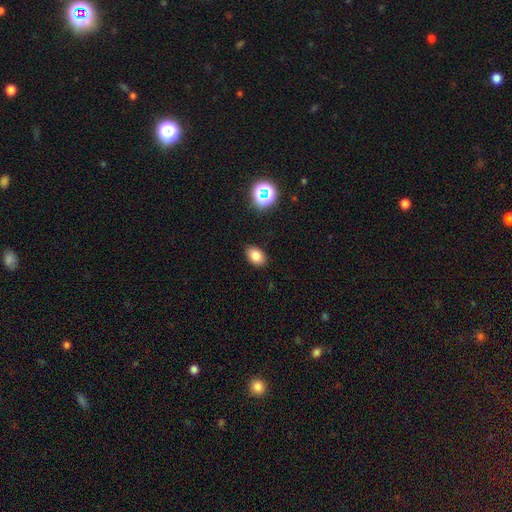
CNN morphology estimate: smooth 81%, star or artifact 12%, featured or disk 7%. Down the decision tree: how rounded — in between (83%); merging — none (87%).